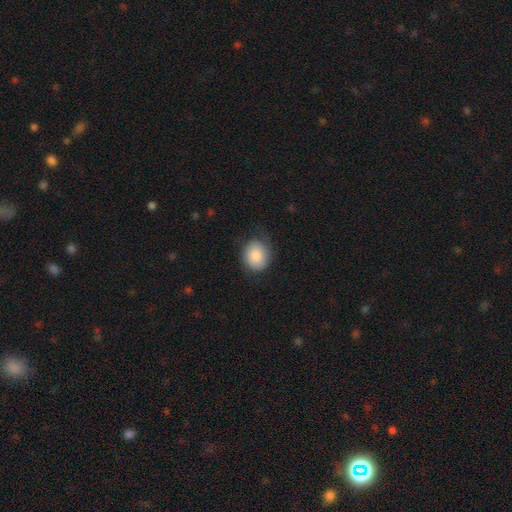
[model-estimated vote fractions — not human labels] Morphology: type=smooth (82%); roundness=round (63%); merging=none (65%).